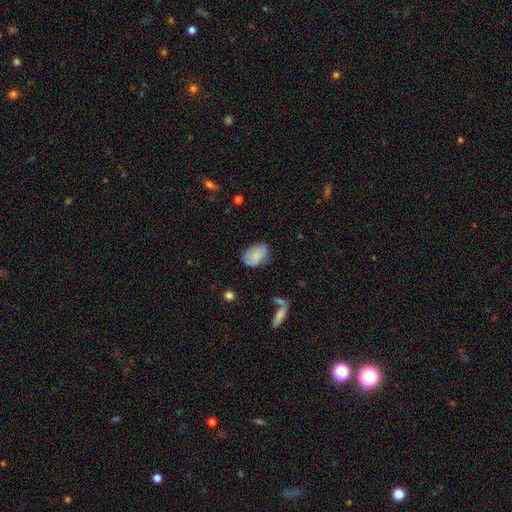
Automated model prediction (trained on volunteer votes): Q: Smooth or featured?
A: smooth (78%); runner-up: featured or disk (15%)
Q: How rounded?
A: in between (84%); runner-up: round (15%)
Q: Merging?
A: none (65%); runner-up: minor disturbance (26%)